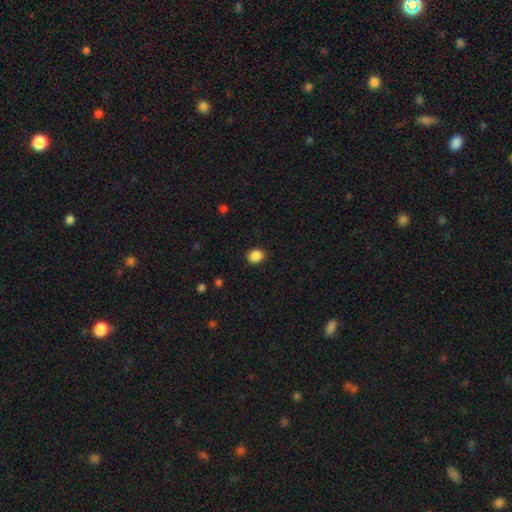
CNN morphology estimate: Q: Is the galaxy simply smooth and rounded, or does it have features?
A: smooth — 88%.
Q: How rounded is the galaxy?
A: round — 57%.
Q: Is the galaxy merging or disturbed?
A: none — 89%.